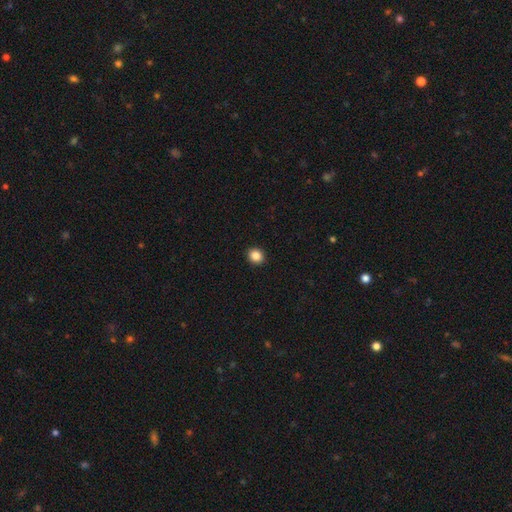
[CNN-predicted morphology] type=smooth (86%); roundness=round (79%); merging=none (93%).